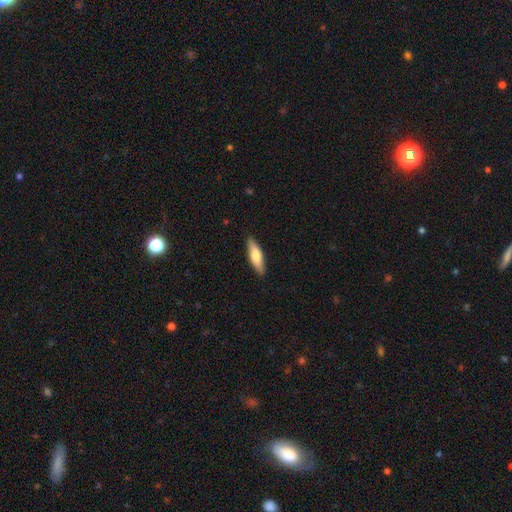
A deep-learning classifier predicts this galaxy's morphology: Smooth or featured? Predicted: smooth (p=0.69). How rounded? Predicted: cigar-shaped (p=0.57). Merging? Predicted: none (p=0.88).